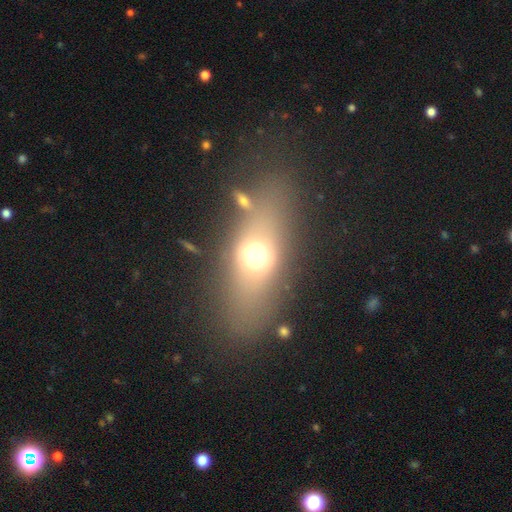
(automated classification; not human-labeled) The model was most divided on "smooth or featured": smooth: 57%, featured or disk: 27%, star or artifact: 15%. More confident: merging — none (72%); how rounded — in between (69%).